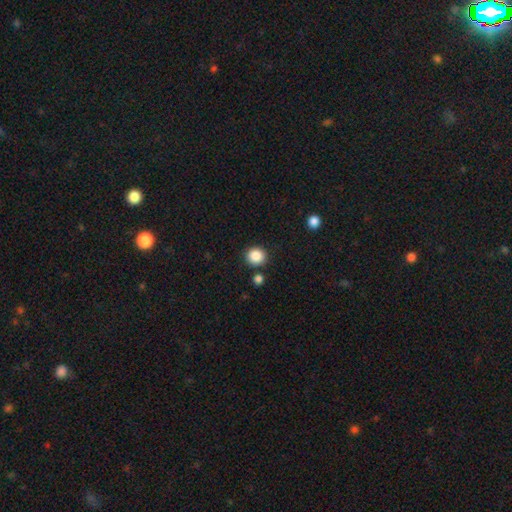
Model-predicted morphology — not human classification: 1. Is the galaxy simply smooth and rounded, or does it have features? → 87% smooth, 9% star or artifact, 4% featured or disk.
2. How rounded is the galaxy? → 88% round, 11% in between, 1% cigar-shaped.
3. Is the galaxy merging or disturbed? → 86% none, 7% minor disturbance, 5% merger, 2% major disturbance.